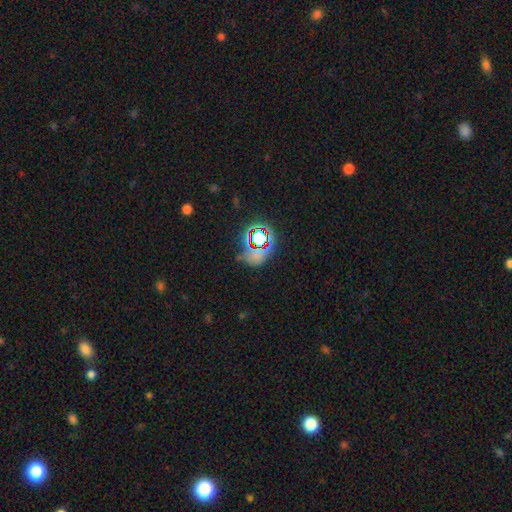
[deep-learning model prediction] The model was most divided on "smooth or featured": star or artifact: 53%, smooth: 35%, featured or disk: 12%.